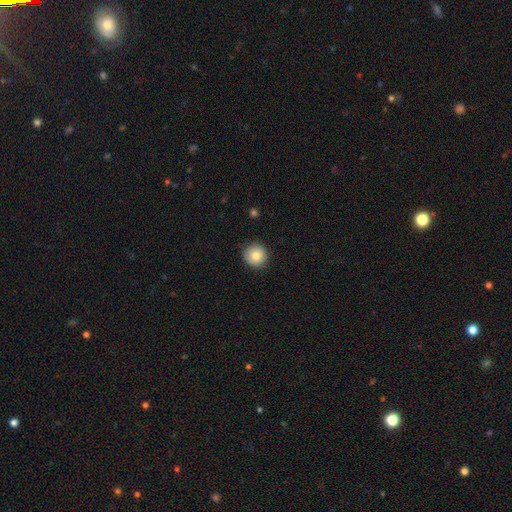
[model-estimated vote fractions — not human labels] Smooth or featured?
  - smooth: 81% *
  - featured or disk: 10%
  - star or artifact: 9%
How rounded?
  - round: 94% *
  - in between: 5%
  - cigar-shaped: 1%
Merging?
  - none: 88% *
  - minor disturbance: 9%
  - major disturbance: 2%
  - merger: 1%